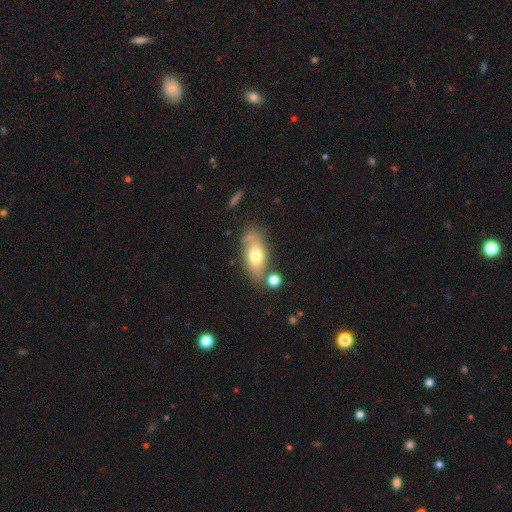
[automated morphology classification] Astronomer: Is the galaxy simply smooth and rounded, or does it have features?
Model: smooth — 64%.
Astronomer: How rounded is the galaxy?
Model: in between — 85%.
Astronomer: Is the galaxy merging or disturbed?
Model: none — 59%.